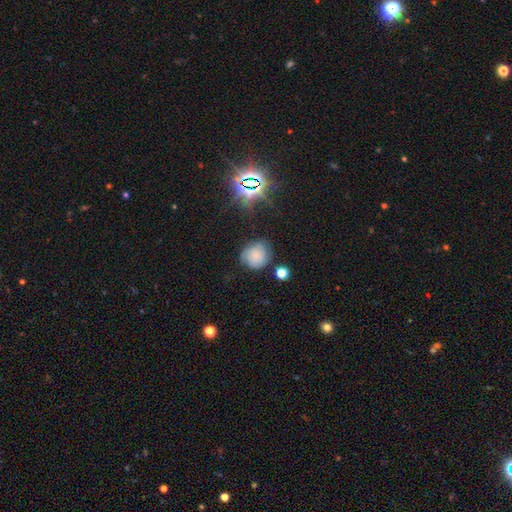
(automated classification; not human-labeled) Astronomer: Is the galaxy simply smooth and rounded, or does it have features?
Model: smooth — 50% (runner-up: featured or disk, 35%).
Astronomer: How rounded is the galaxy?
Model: round — 83%.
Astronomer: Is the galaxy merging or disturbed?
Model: none — 70%.